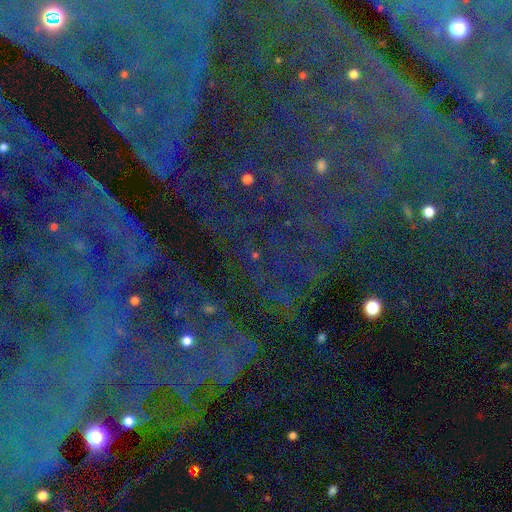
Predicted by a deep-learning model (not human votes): Smooth or featured? Predicted: star or artifact (p=0.85).